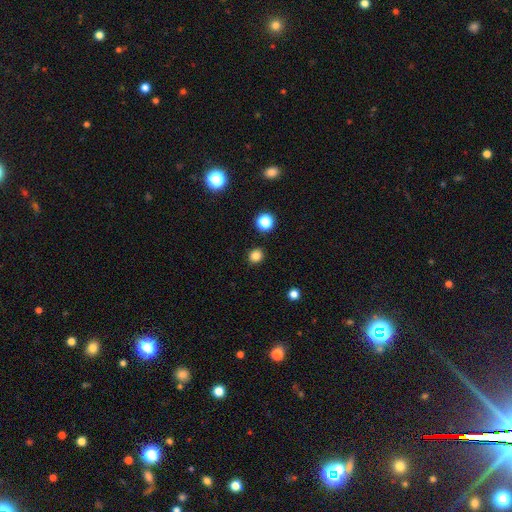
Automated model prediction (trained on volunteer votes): A smooth galaxy with no disk features (82%) that is round (81%). Merging: none (90%).